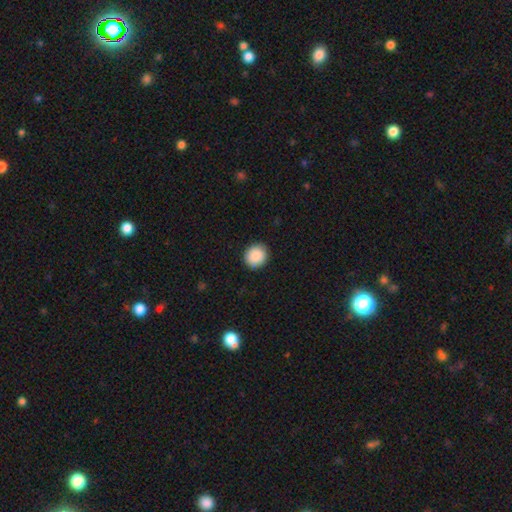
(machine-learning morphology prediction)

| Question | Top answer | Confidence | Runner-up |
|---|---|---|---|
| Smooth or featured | smooth | 89% | star or artifact (7%) |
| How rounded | round | 88% | in between (11%) |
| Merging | none | 90% | minor disturbance (7%) |